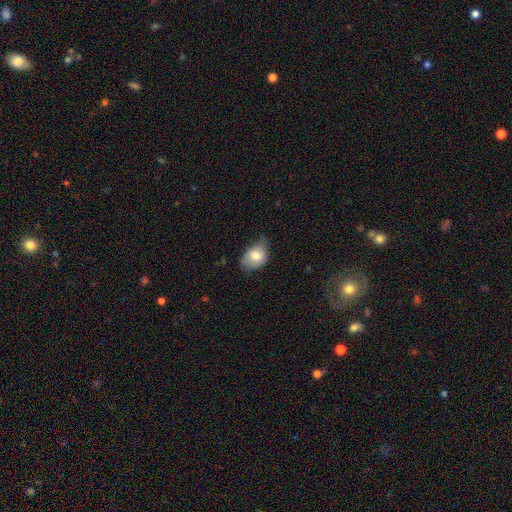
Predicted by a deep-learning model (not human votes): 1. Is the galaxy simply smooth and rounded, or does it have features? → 75% smooth, 18% featured or disk, 7% star or artifact.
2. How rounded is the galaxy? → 76% in between, 22% round, 1% cigar-shaped.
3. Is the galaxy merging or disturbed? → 43% none (tied), 43% minor disturbance (tied), 12% major disturbance, 2% merger.